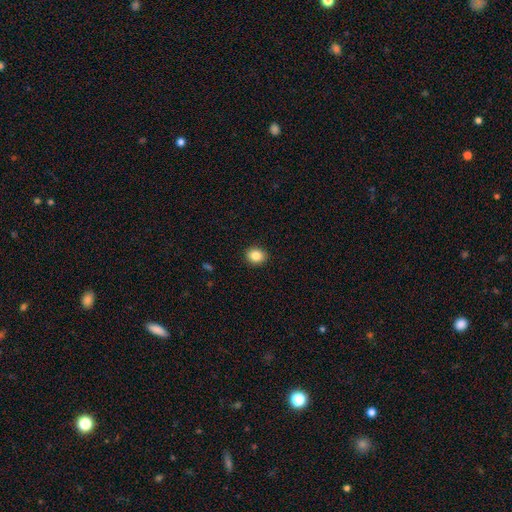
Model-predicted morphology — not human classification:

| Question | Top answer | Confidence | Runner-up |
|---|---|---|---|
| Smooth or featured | smooth | 85% | star or artifact (9%) |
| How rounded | round | 62% | in between (37%) |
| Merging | none | 91% | minor disturbance (7%) |